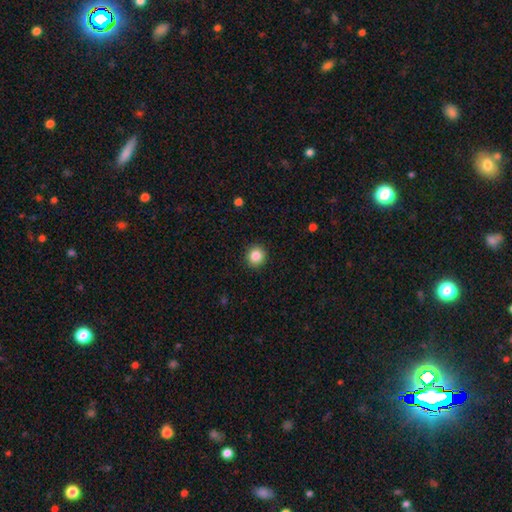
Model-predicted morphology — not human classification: The model was most divided on "smooth or featured": smooth: 85%, star or artifact: 10%, featured or disk: 5%. More confident: merging — none (92%); how rounded — round (89%).